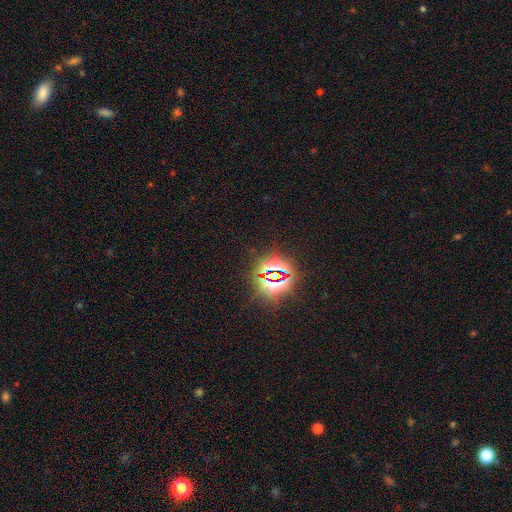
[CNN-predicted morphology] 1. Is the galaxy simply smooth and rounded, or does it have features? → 81% star or artifact, 12% smooth, 8% featured or disk.